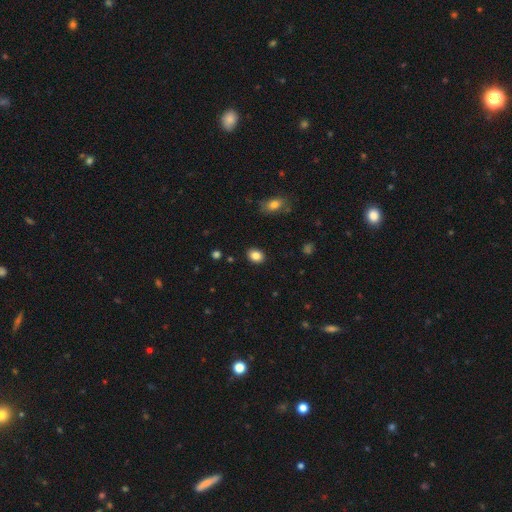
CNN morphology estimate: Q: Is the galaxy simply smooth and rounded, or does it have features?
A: smooth — 85%.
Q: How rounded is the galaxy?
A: in between — 59%.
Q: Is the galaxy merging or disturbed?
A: none — 89%.